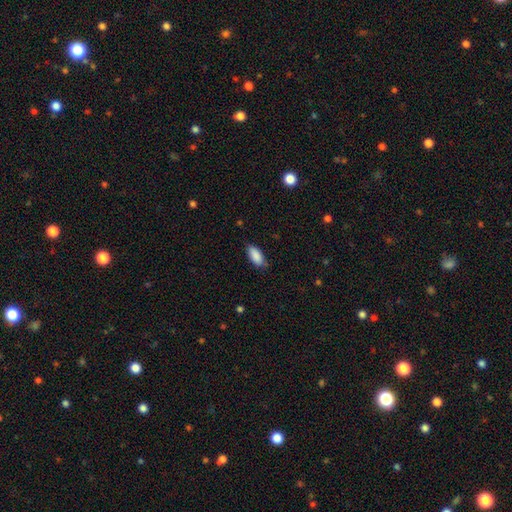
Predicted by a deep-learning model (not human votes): Morphology: type=smooth (89%); roundness=in between (90%); merging=none (79%).